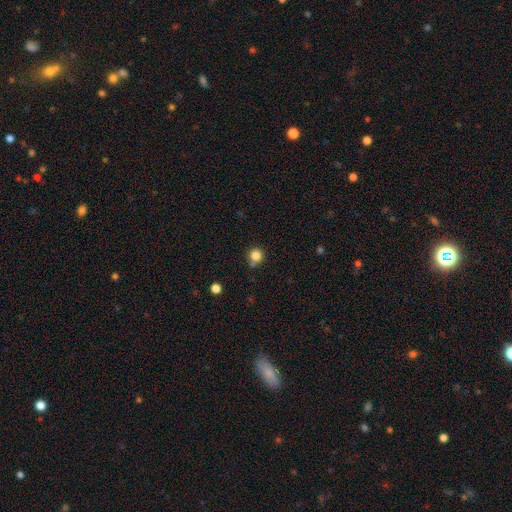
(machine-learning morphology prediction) Overall: smooth (83%). How rounded: round (94%). Merging: none (76%).